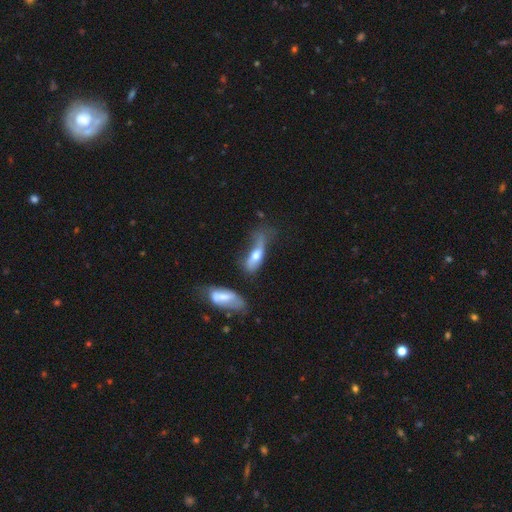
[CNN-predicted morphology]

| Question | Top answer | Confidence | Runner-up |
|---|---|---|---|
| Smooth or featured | smooth | 53% | featured or disk (39%) |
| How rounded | in between | 57% | cigar-shaped (40%) |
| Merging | major disturbance | 37% | minor disturbance (25%) |